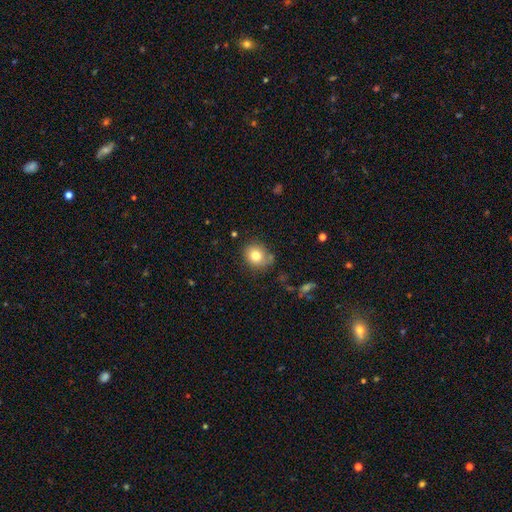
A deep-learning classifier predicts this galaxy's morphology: smooth-or-featured: smooth: 79% | star or artifact: 10% | featured or disk: 10%
  how-rounded: round: 74% | in between: 25% | cigar-shaped: 1%
  merging: none: 73% | minor disturbance: 18% | major disturbance: 5% | merger: 4%